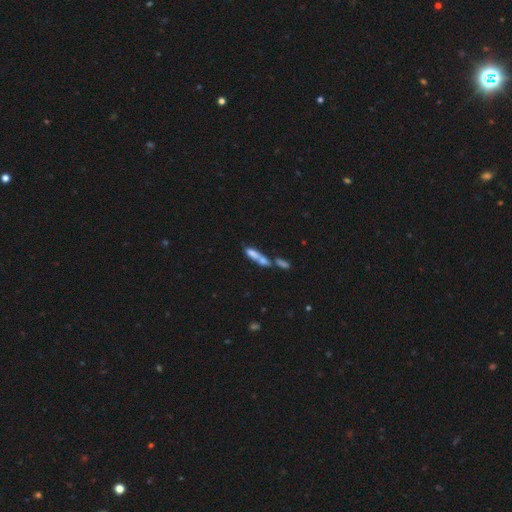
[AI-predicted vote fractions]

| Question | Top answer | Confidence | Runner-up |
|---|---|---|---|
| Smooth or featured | smooth | 61% | featured or disk (28%) |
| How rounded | cigar-shaped | 62% | in between (35%) |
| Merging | merger | 69% | none (16%) |